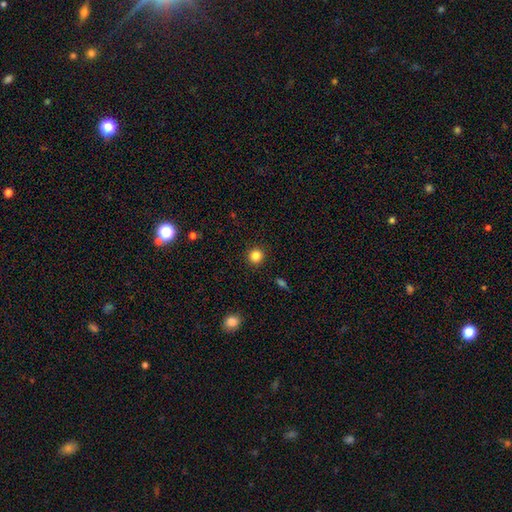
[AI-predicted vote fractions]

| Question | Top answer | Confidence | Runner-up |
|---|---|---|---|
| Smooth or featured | smooth | 84% | star or artifact (12%) |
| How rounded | round | 93% | in between (6%) |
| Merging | none | 92% | minor disturbance (5%) |